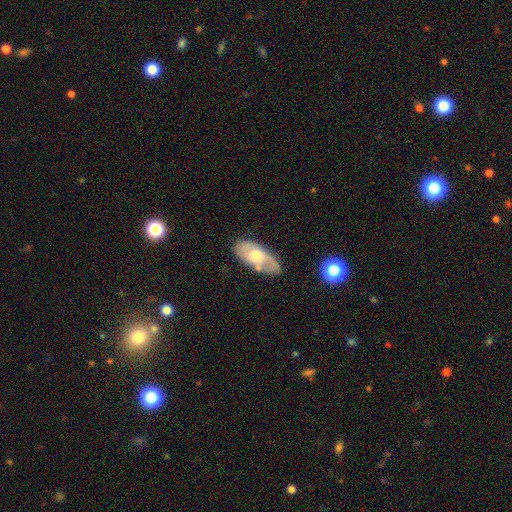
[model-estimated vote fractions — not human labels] Smooth or featured?
  - featured or disk: 52% *
  - smooth: 42%
  - star or artifact: 6%
Edge-on disk?
  - no: 88% *
  - yes: 12%
Merging?
  - none: 69% *
  - minor disturbance: 20%
  - major disturbance: 6%
  - merger: 5%